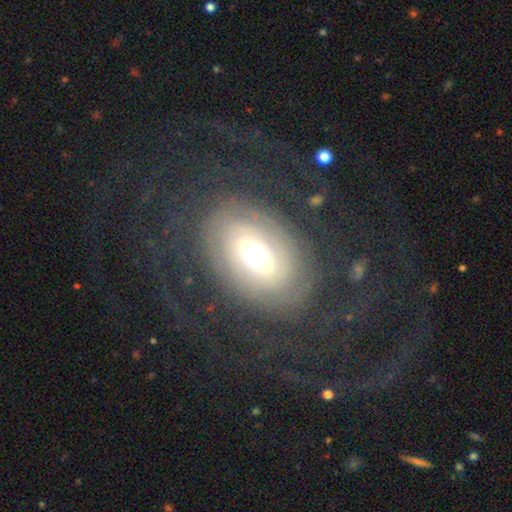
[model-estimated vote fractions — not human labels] A featured or disk galaxy (78%) with a weak bar (39%), tight (59%) spiral arms (81%) and a moderate central bulge (59%). Merging: none (66%).